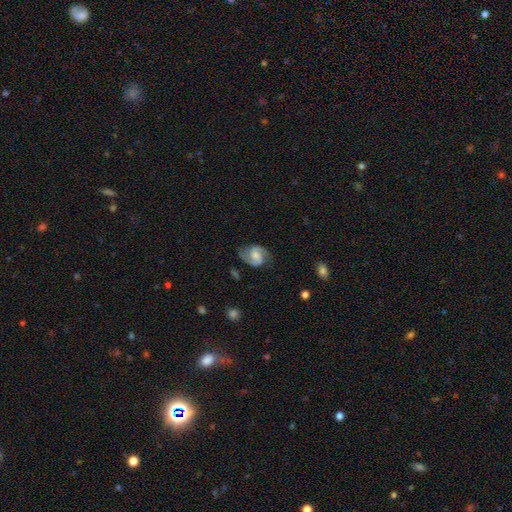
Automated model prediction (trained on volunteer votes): Smooth or featured? featured or disk (75%)
Edge-on disk? no (98%)
Bar? weak (45%)
Spiral arms? yes (94%)
Spiral winding? medium (52%)
Spiral arm count? 2 (89%)
Bulge size? moderate (41%)
Merging? none (71%)